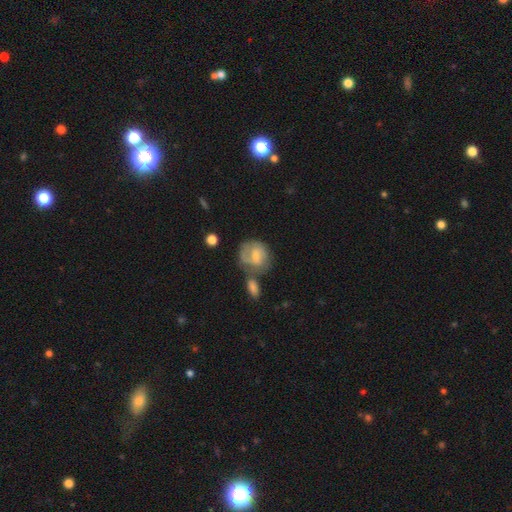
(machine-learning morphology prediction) This is possibly a smooth galaxy (54%). How rounded: likely round (63%). Merging: marginally none (38%).